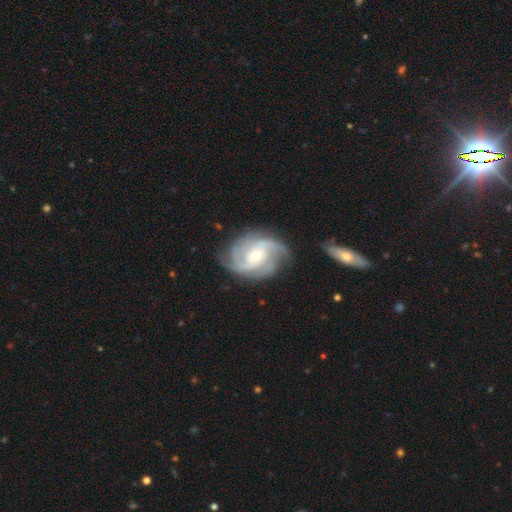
Smooth or featured: featured or disk — 92% (smooth — 5%)
Edge-on disk: no — 97% (yes — 3%)
Bar: no — 74% (weak — 21%)
Spiral arms: yes — 100%
Spiral winding: medium — 50% (tight — 35%)
Spiral arm count: 2 — 50% (4 — 24%)
Bulge size: moderate — 56% (small — 35%)
Merging: none — 78% (minor disturbance — 16%)